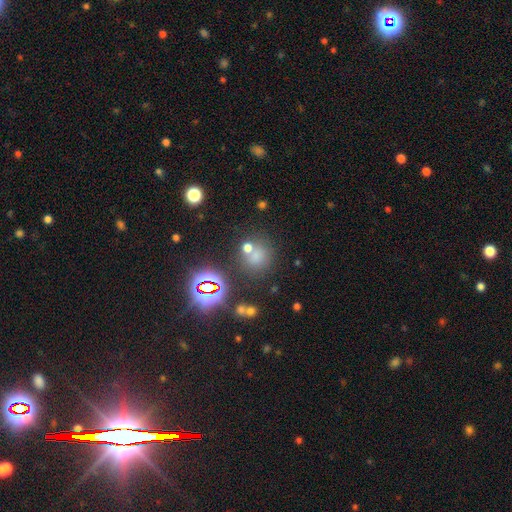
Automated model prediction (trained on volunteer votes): The model was most divided on "smooth or featured": smooth: 48%, star or artifact: 42%, featured or disk: 10%. More confident: merging — none (68%).